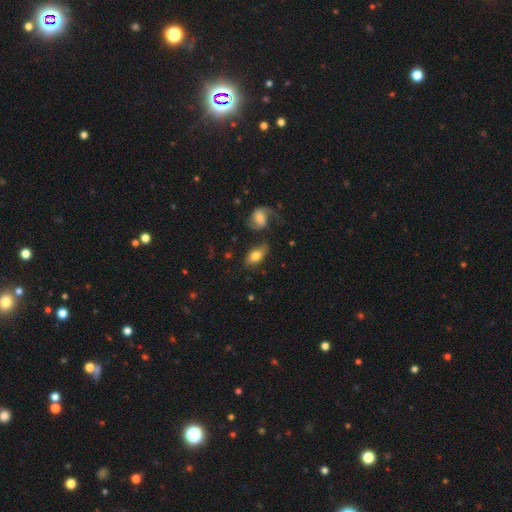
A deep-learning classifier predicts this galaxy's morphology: Overall: smooth (65%; featured or disk 27%). How rounded: in between (85%). Merging: none (56%; minor disturbance 21%).